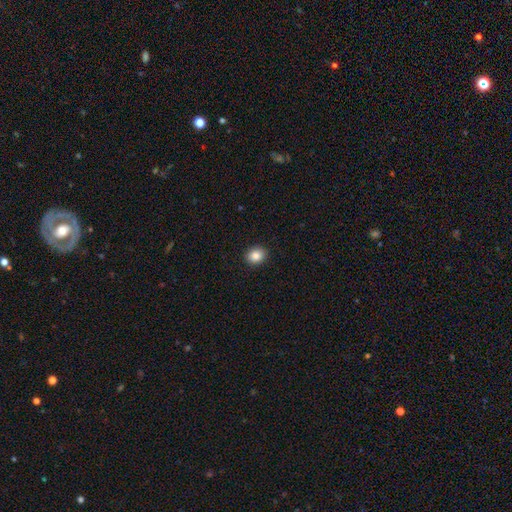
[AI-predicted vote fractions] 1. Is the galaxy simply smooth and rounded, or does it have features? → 86% smooth, 9% star or artifact, 5% featured or disk.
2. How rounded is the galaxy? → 60% round, 39% in between, 1% cigar-shaped.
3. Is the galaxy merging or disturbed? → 91% none, 6% minor disturbance, 2% major disturbance, 1% merger.